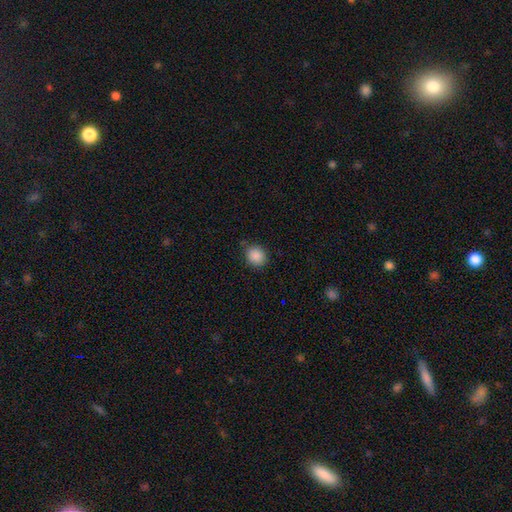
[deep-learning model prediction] smooth-or-featured: smooth: 88% | star or artifact: 9% | featured or disk: 3%
  how-rounded: round: 75% | in between: 24% | cigar-shaped: 1%
  merging: none: 82% | minor disturbance: 13% | major disturbance: 3% | merger: 2%